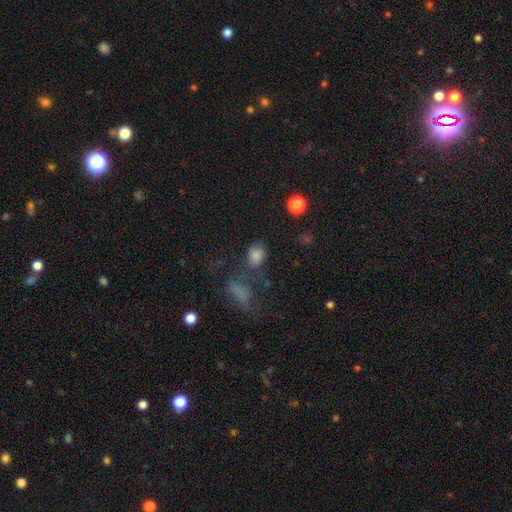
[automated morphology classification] Q: Smooth or featured?
A: smooth (75%); runner-up: star or artifact (17%)
Q: How rounded?
A: round (60%); runner-up: in between (38%)
Q: Merging?
A: none (57%); runner-up: merger (16%)